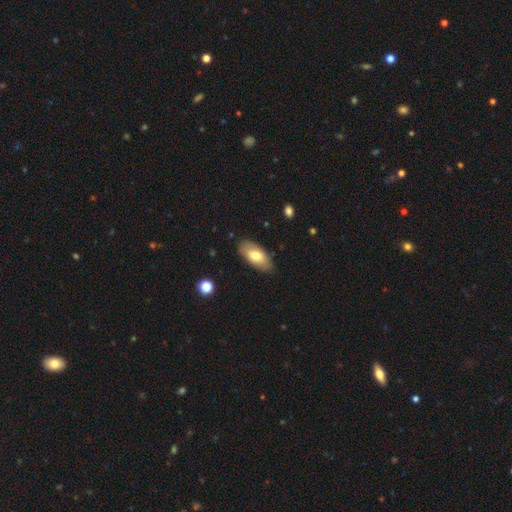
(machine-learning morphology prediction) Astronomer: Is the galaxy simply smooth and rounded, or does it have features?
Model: smooth — 72%.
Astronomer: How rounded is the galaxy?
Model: in between — 90%.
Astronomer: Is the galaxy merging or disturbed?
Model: none — 85%.